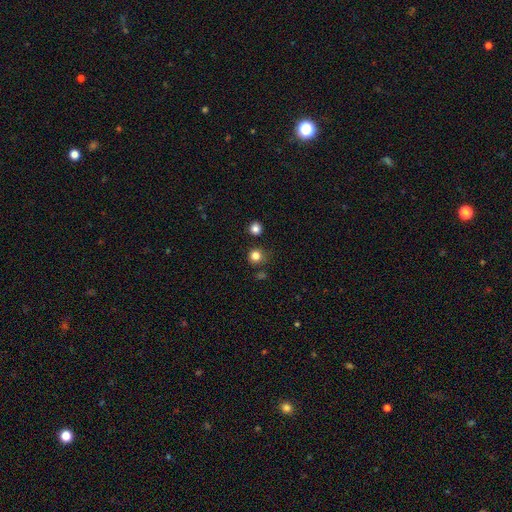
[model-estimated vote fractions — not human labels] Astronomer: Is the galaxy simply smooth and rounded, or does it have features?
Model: smooth — 81%.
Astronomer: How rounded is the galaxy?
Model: round — 93%.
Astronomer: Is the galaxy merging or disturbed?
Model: none — 82%.